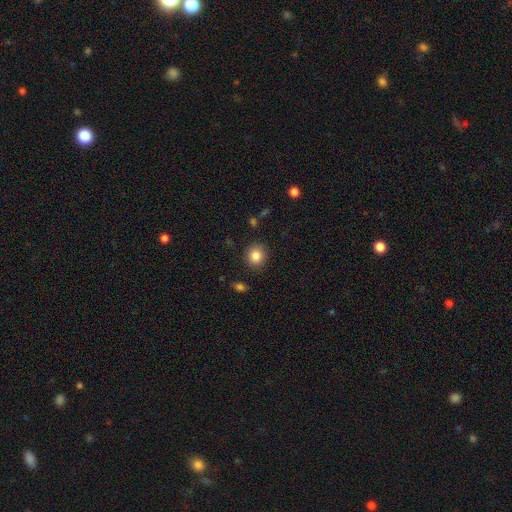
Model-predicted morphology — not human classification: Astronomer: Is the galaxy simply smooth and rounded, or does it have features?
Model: smooth — 85%.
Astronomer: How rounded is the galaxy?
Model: round — 85%.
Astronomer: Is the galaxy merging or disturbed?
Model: none — 89%.